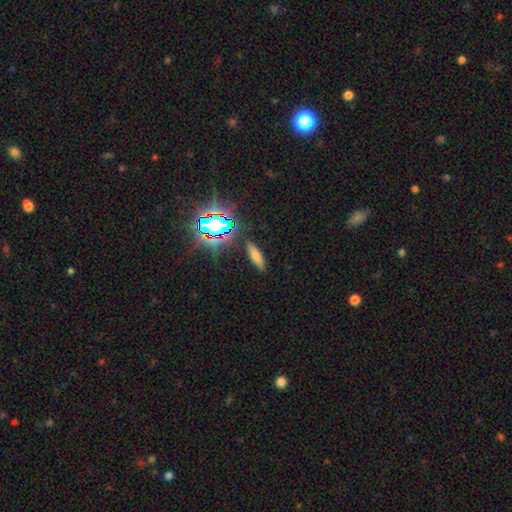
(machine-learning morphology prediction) This appears to be a smooth galaxy with no disk features (62%) that is cigar-shaped (58%). Merging: none (87%).